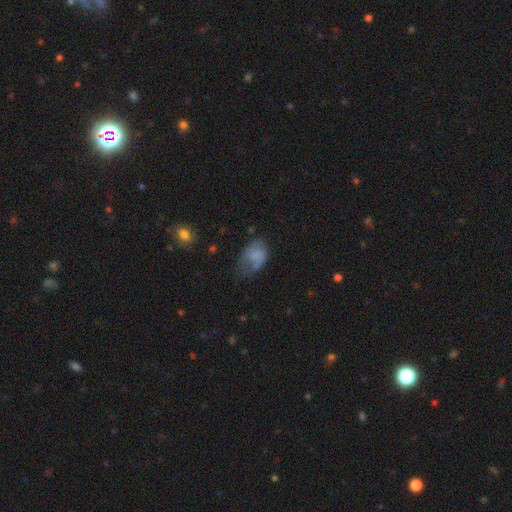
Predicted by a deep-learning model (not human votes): smooth_or_featured: smooth (p=0.68) [alt: featured or disk p=0.21]
how_rounded: in between (p=0.83) [alt: round p=0.15]
merging: major disturbance (p=0.33) [tied with: minor disturbance p=0.33]